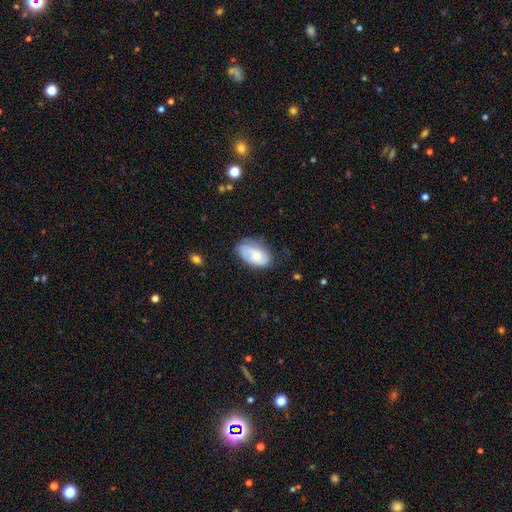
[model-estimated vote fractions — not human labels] smooth-or-featured: smooth: 66% | featured or disk: 27% | star or artifact: 7%
  how-rounded: in between: 93% | round: 6% | cigar-shaped: 2%
  merging: none: 57% | minor disturbance: 30% | major disturbance: 10% | merger: 2%